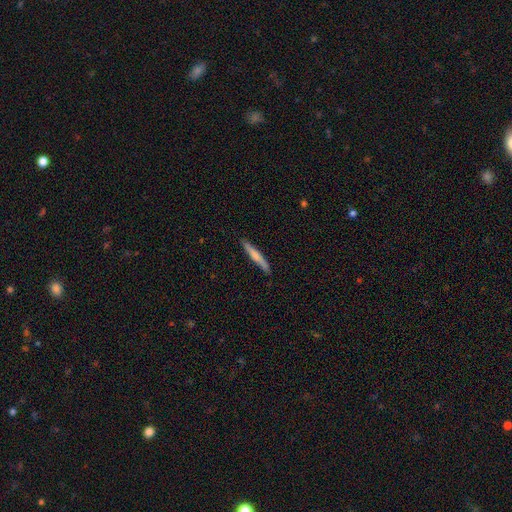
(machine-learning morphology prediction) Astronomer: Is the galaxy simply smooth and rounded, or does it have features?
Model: smooth — 62%.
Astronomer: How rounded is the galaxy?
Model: cigar-shaped — 95%.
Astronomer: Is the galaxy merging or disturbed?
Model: none — 88%.